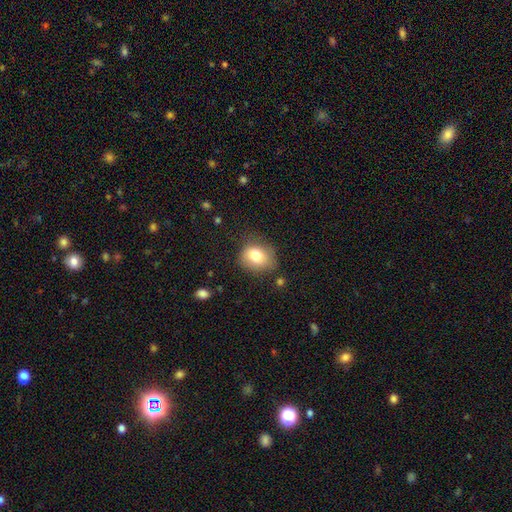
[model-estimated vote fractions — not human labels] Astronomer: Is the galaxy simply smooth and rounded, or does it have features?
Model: smooth — 78%.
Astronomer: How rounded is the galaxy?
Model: round — 56% (runner-up: in between, 44%).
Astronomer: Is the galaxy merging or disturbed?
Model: none — 69%.